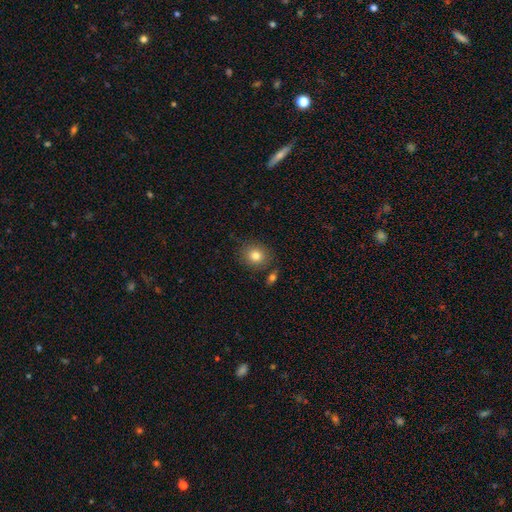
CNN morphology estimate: The model was most divided on "how rounded": round: 77%, in between: 22%, cigar-shaped: 1%. More confident: merging — none (82%); smooth or featured — smooth (82%).